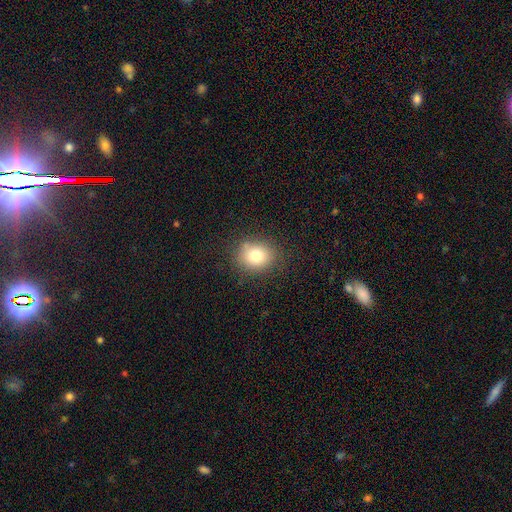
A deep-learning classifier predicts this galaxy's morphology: Smooth or featured: smooth — 79% (star or artifact — 11%)
How rounded: round — 61% (in between — 38%)
Merging: none — 81% (minor disturbance — 13%)